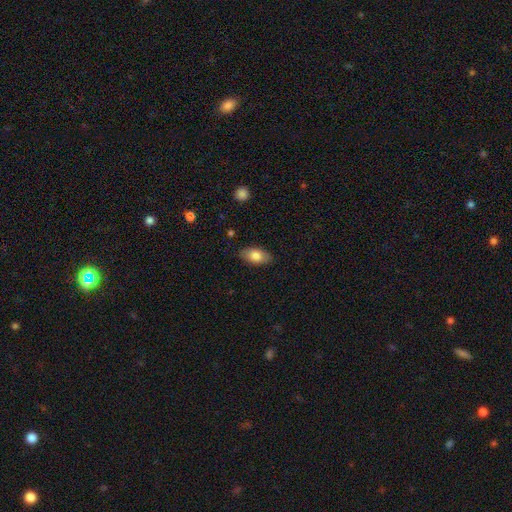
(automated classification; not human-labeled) smooth-or-featured: smooth: 79% | featured or disk: 14% | star or artifact: 7%
  how-rounded: in between: 92% | round: 4% | cigar-shaped: 4%
  merging: none: 85% | minor disturbance: 11% | major disturbance: 2% | merger: 1%